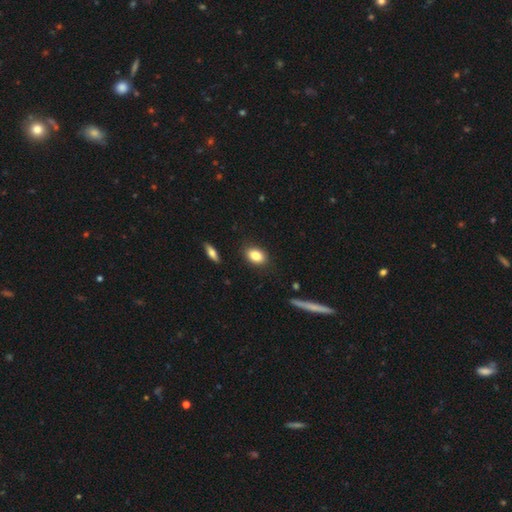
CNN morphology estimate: Q: Smooth or featured?
A: smooth (85%); runner-up: star or artifact (8%)
Q: How rounded?
A: in between (80%); runner-up: round (18%)
Q: Merging?
A: none (86%); runner-up: minor disturbance (10%)